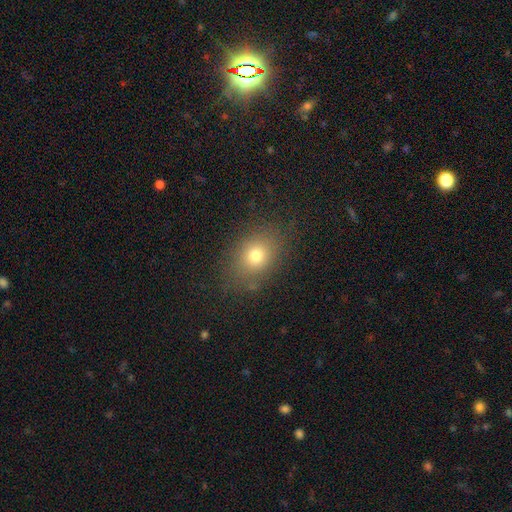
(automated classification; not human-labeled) A smooth galaxy with no disk features (74%) that is in between round and cigar-shaped (59%).

Vote fractions:
- Smooth or featured? smooth: 74% / star or artifact: 14% / featured or disk: 12%
- How rounded? in between: 59% / round: 40% / cigar-shaped: 1%
- Merging? none: 81% / minor disturbance: 13% / major disturbance: 5% / merger: 1%